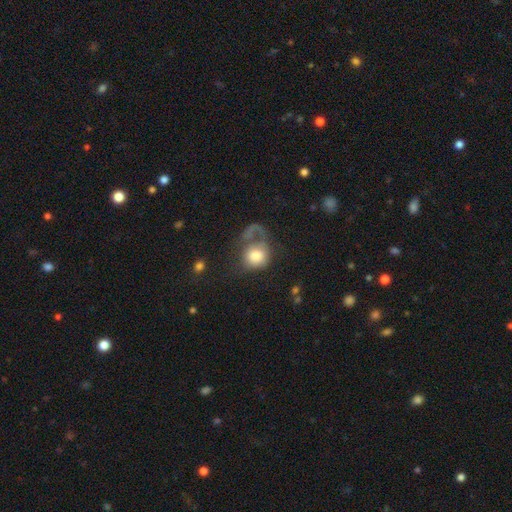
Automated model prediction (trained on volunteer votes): Morphology: type=smooth (66%); roundness=round (72%); merging=major disturbance (56%).